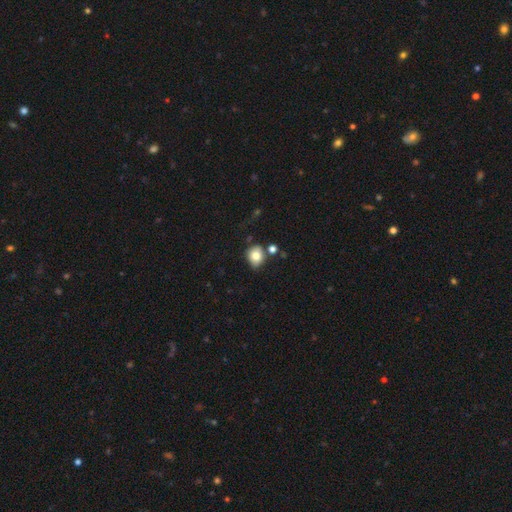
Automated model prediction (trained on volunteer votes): This is likely a smooth galaxy (80%). How rounded: likely round (61%). Merging: likely none (66%).